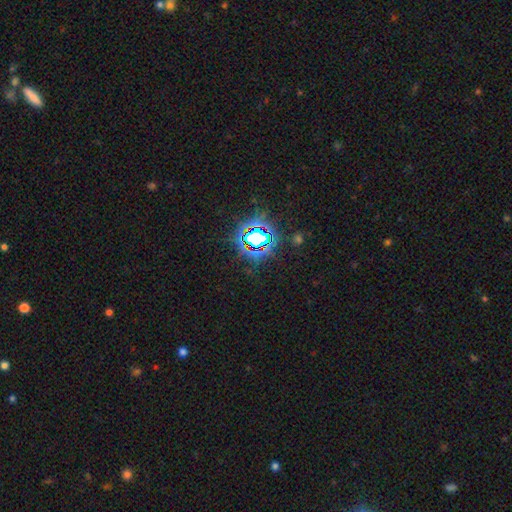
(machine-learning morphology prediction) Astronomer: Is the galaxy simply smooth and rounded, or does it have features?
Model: star or artifact — 81%.